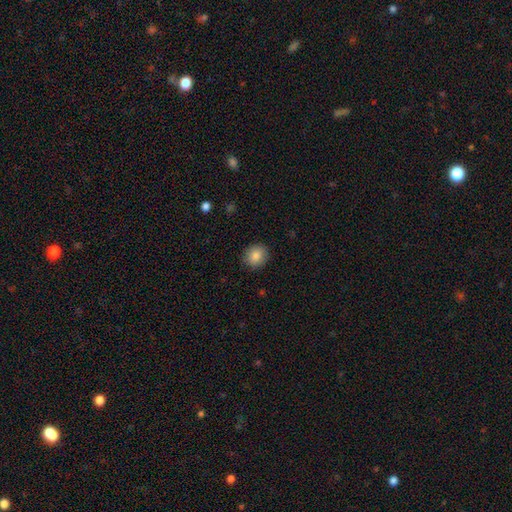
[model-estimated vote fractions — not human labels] Q: Smooth or featured?
A: smooth (85%); runner-up: star or artifact (9%)
Q: How rounded?
A: round (81%); runner-up: in between (18%)
Q: Merging?
A: none (90%); runner-up: minor disturbance (7%)